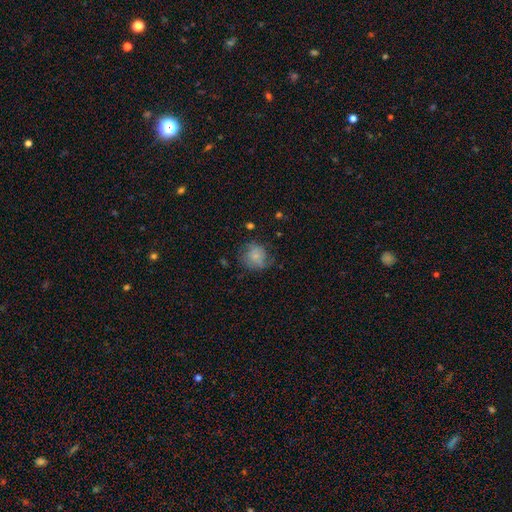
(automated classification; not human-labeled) The model was most divided on "merging": none: 56%, minor disturbance: 27%, major disturbance: 15%, merger: 2%. More confident: how rounded — round (76%); smooth or featured — smooth (68%).